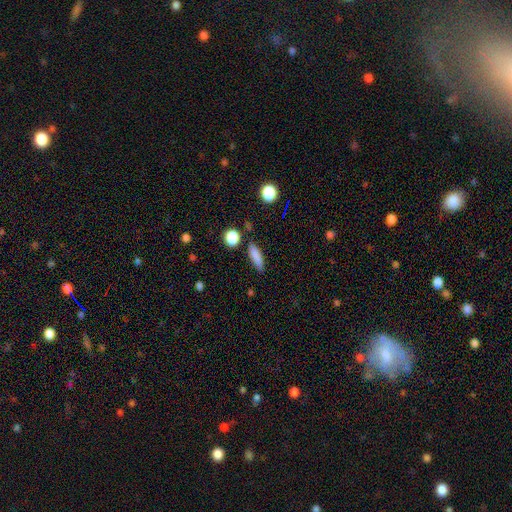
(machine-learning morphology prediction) This appears to be a smooth galaxy with no disk features (83%) that is cigar-shaped (56%). Merging: none (81%).